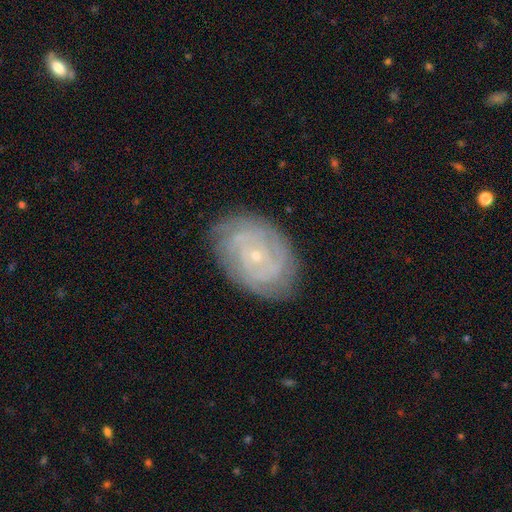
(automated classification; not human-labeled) Overall: featured or disk (82%). Edge-on disk: no (97%). Bar: no (73%). Spiral arms: yes (94%). Spiral arm count: can't tell (35%; 2 20%). Spiral winding: tight (79%). Bulge size: small (84%). Merging: none (81%).